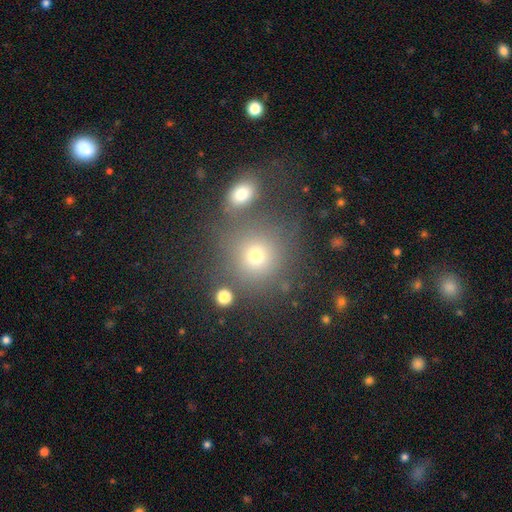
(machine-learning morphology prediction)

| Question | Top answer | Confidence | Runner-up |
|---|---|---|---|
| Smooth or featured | smooth | 68% | star or artifact (20%) |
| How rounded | round | 87% | in between (12%) |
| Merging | none | 64% | merger (19%) |